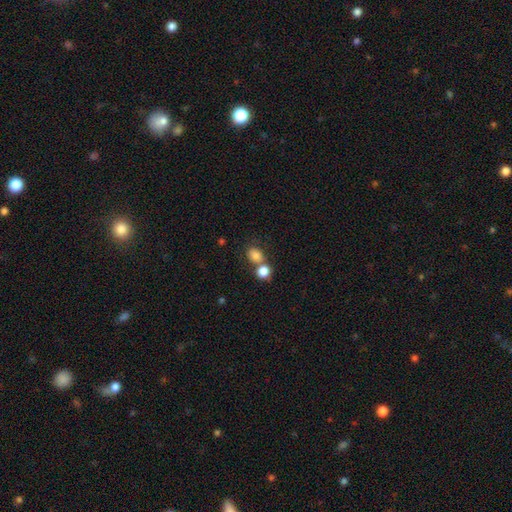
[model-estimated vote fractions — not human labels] Smooth or featured?
  - smooth: 81% *
  - star or artifact: 11%
  - featured or disk: 8%
How rounded?
  - round: 54% *
  - in between: 45%
  - cigar-shaped: 1%
Merging?
  - none: 50% *
  - merger: 36%
  - minor disturbance: 10%
  - major disturbance: 4%